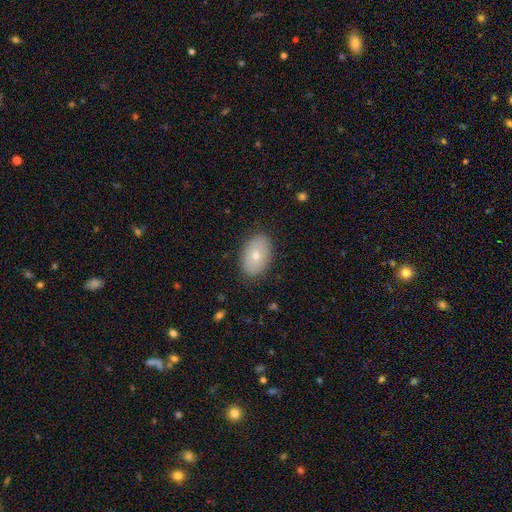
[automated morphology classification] Smooth or featured? smooth (71%)
How rounded? in between (88%)
Merging? none (86%)